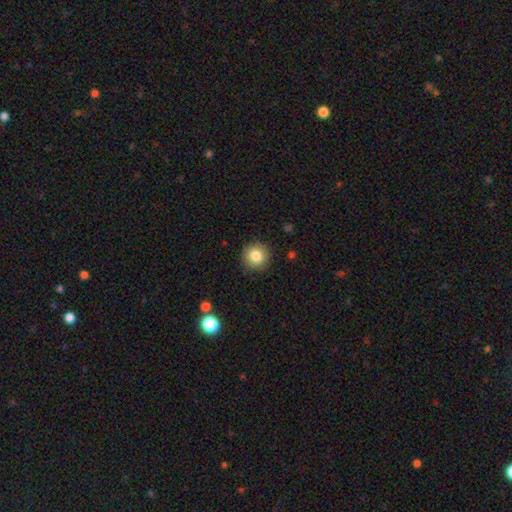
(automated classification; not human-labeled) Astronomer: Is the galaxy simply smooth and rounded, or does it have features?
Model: smooth — 82%.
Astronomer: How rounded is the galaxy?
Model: round — 94%.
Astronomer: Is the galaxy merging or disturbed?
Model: none — 90%.